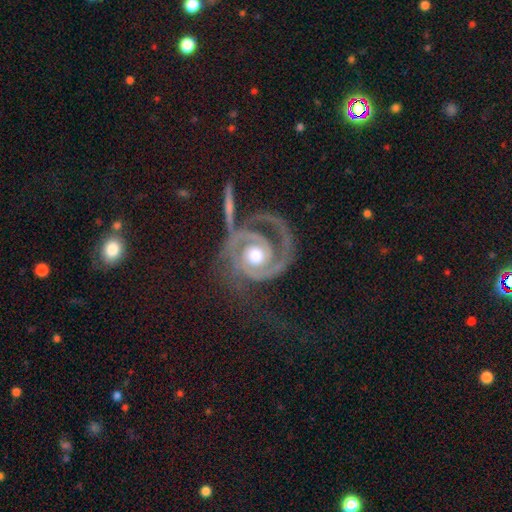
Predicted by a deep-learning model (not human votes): This appears to be a featured or disk galaxy (91%) with no bar (73%), 2 (70%) tight (58%) spiral arms (98%) and a moderate central bulge (74%). Merging: none (49%).